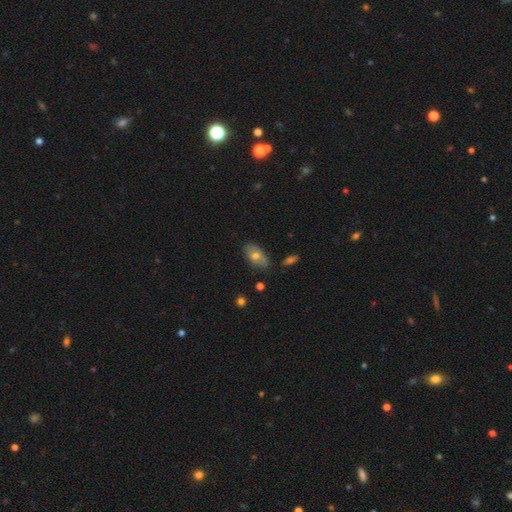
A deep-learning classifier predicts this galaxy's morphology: Overall: smooth (64%; featured or disk 27%). How rounded: in between (91%). Merging: none (73%).